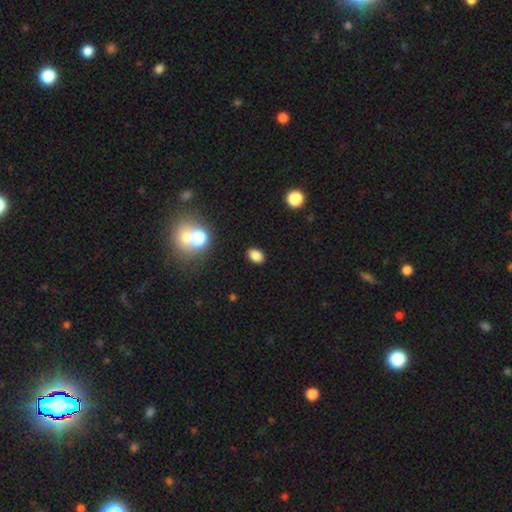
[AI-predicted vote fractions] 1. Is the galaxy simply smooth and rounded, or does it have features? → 83% smooth, 13% star or artifact, 4% featured or disk.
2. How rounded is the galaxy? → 82% in between, 17% round, 1% cigar-shaped.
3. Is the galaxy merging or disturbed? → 88% none, 8% minor disturbance, 2% major disturbance, 1% merger.